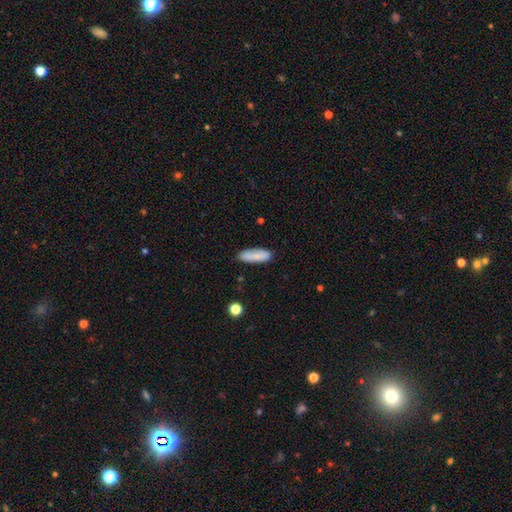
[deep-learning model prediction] Smooth or featured? smooth (84%)
How rounded? in between (55%)
Merging? none (84%)